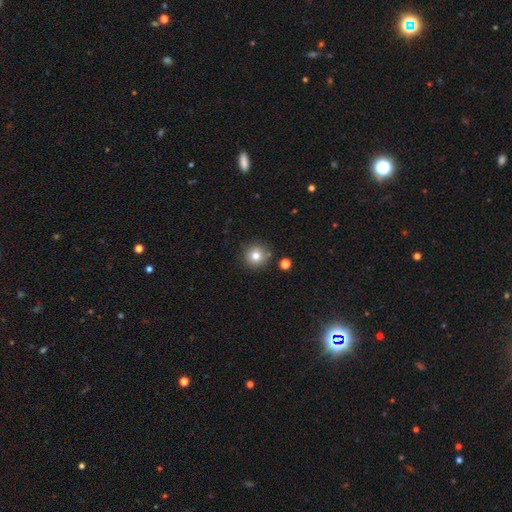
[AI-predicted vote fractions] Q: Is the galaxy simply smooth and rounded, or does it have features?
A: smooth — 79%.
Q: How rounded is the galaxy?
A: round — 95%.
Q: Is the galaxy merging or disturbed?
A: none — 86%.